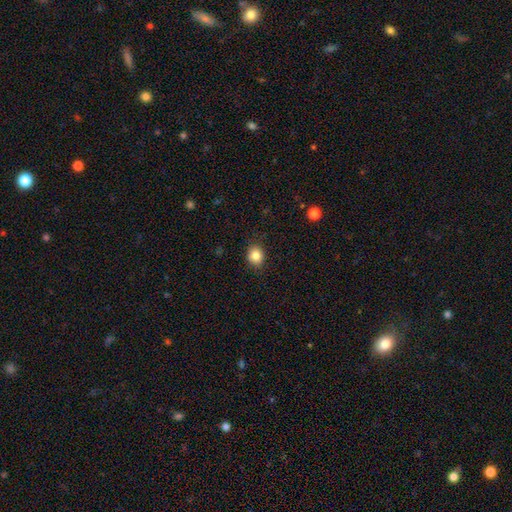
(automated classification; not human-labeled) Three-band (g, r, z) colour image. It shows a smooth galaxy with no disk features (84%) that is round (68%). Merging: none (87%).